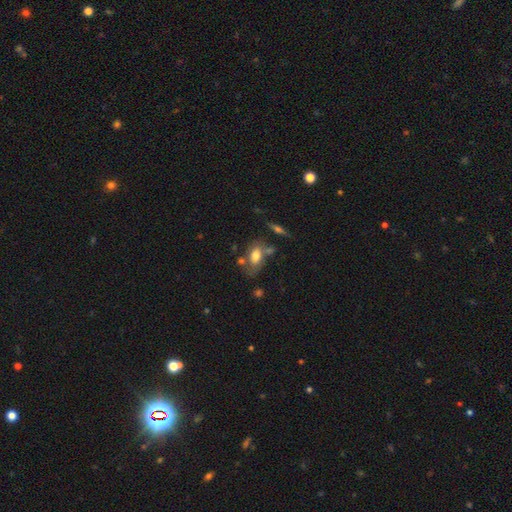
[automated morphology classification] smooth-or-featured: smooth: 70% | featured or disk: 22% | star or artifact: 8%
  how-rounded: in between: 87% | round: 10% | cigar-shaped: 3%
  merging: none: 53% | minor disturbance: 20% | merger: 18% | major disturbance: 9%